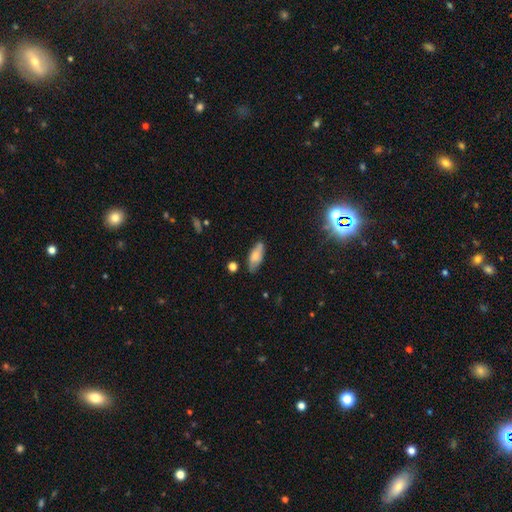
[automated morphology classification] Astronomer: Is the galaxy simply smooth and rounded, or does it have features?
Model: smooth — 64%.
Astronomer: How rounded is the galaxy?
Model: in between — 77%.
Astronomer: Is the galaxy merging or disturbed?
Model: none — 75%.